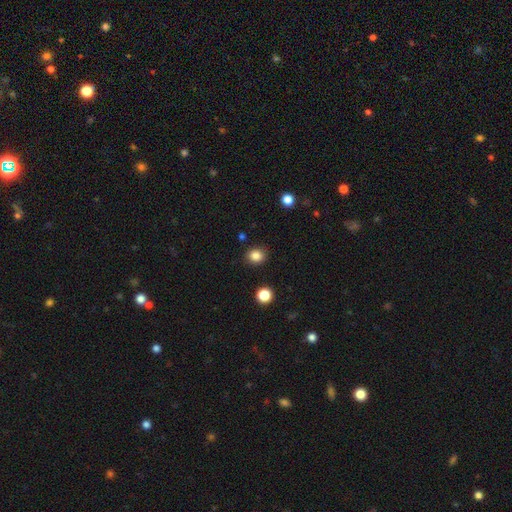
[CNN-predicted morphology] smooth-or-featured: smooth: 85% | star or artifact: 11% | featured or disk: 4%
  how-rounded: round: 74% | in between: 25% | cigar-shaped: 1%
  merging: none: 88% | minor disturbance: 8% | major disturbance: 2% | merger: 2%